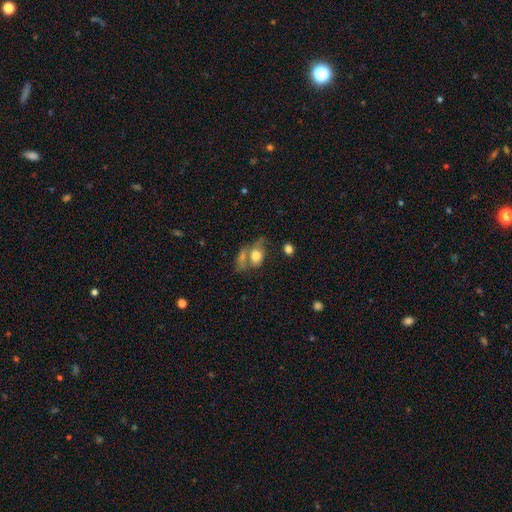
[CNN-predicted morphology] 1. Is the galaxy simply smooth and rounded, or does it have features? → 72% smooth, 19% featured or disk, 9% star or artifact.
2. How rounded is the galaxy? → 66% in between, 31% round, 3% cigar-shaped.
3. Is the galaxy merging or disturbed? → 40% merger, 30% none, 16% minor disturbance, 14% major disturbance.